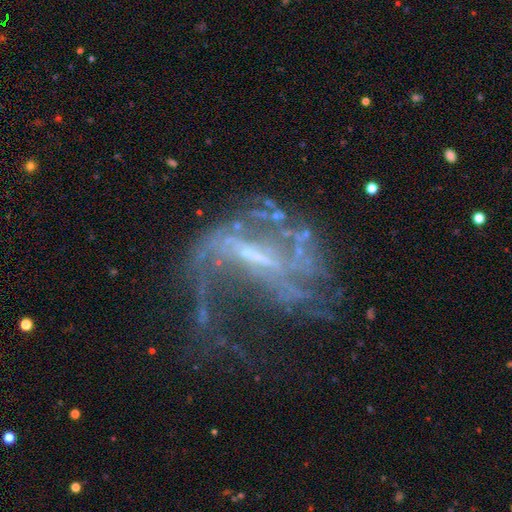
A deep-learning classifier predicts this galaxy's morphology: Smooth or featured? featured or disk (80%)
Edge-on disk? no (95%)
Bar? weak (41%)
Spiral arms? yes (73%)
Spiral winding? loose (55%)
Spiral arm count? can't tell (33%)
Bulge size? small (50%)
Merging? major disturbance (49%)